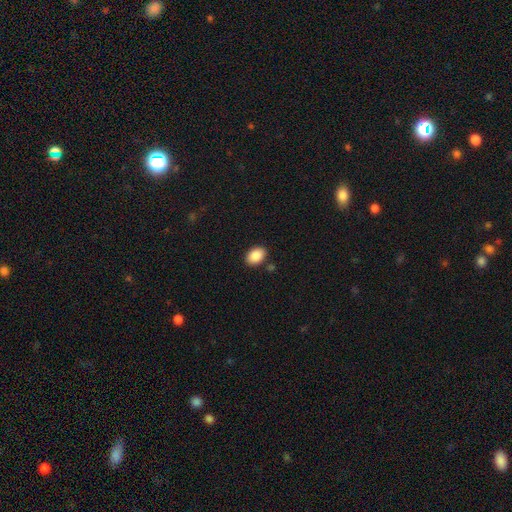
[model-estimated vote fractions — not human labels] Smooth or featured? Predicted: smooth (p=0.88). How rounded? Predicted: in between (p=0.82). Merging? Predicted: none (p=0.85).